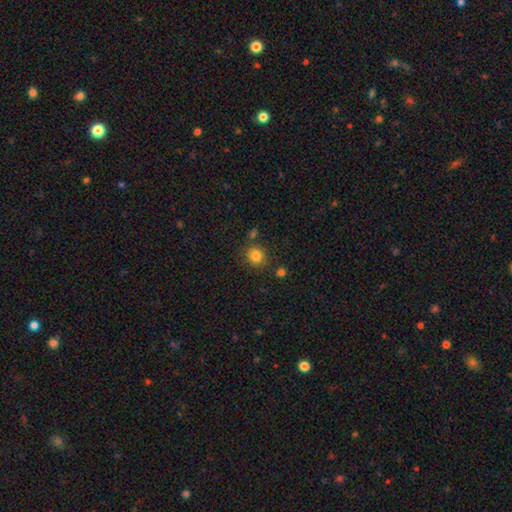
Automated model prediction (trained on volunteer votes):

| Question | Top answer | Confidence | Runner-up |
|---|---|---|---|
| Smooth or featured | smooth | 83% | star or artifact (12%) |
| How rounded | round | 87% | in between (12%) |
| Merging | none | 81% | minor disturbance (9%) |